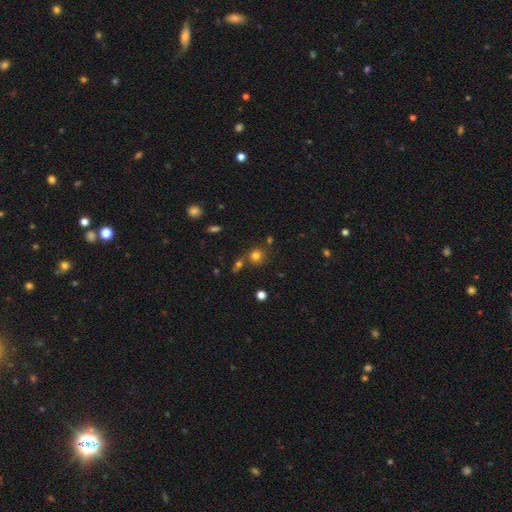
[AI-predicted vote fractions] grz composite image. It shows a smooth galaxy with no disk features (75%) that is round (87%). Merging: none (66%).